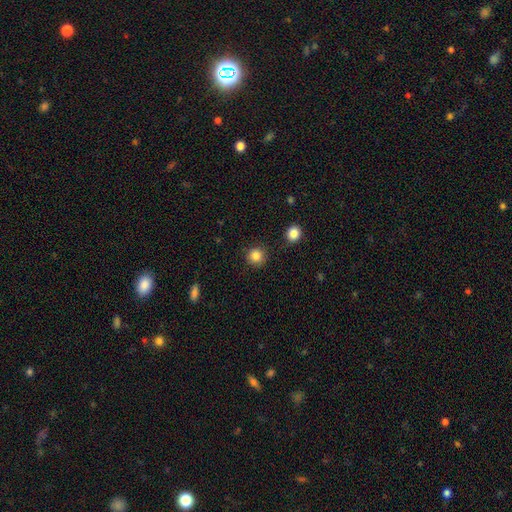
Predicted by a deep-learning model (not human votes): This appears to be a smooth galaxy with no disk features (85%) that is round (93%). Merging: none (89%).